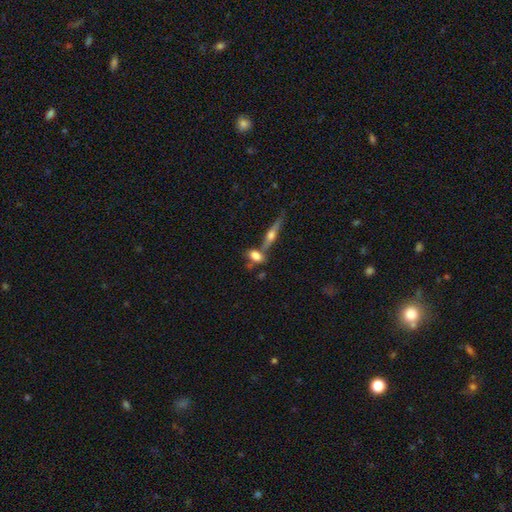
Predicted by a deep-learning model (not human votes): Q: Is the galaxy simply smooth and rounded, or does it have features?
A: smooth — 66%.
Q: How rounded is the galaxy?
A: in between — 74%.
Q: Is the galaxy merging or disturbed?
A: none — 47%.